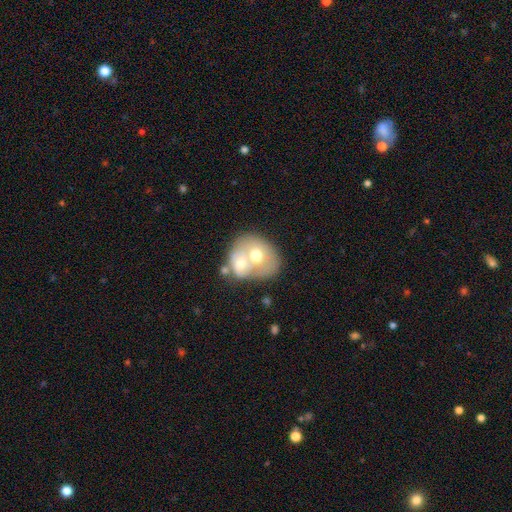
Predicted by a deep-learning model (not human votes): smooth_or_featured: smooth (p=0.54) [alt: featured or disk p=0.38]
how_rounded: round (p=0.55) [alt: in between p=0.44]
merging: merger (p=0.68) [alt: none p=0.19]